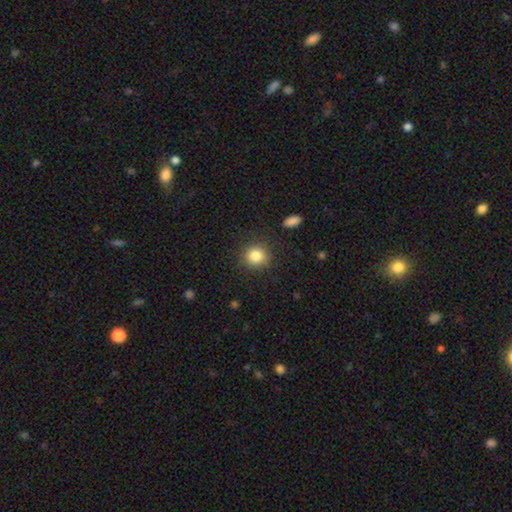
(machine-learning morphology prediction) smooth_or_featured: smooth (p=0.84) [alt: star or artifact p=0.10]
how_rounded: round (p=0.87) [alt: in between p=0.12]
merging: none (p=0.87) [alt: minor disturbance p=0.08]